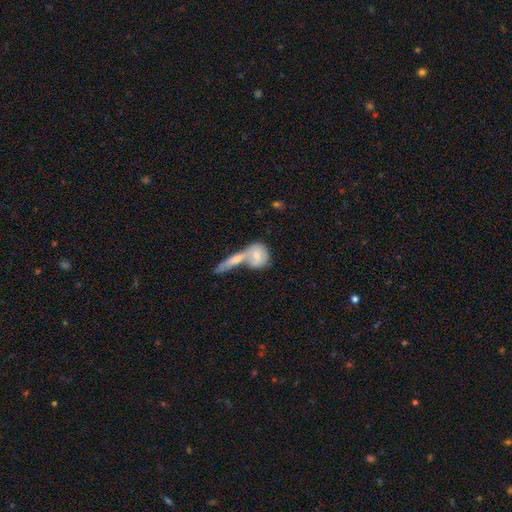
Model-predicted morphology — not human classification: Smooth or featured? smooth (69%)
How rounded? round (56%)
Merging? merger (58%)